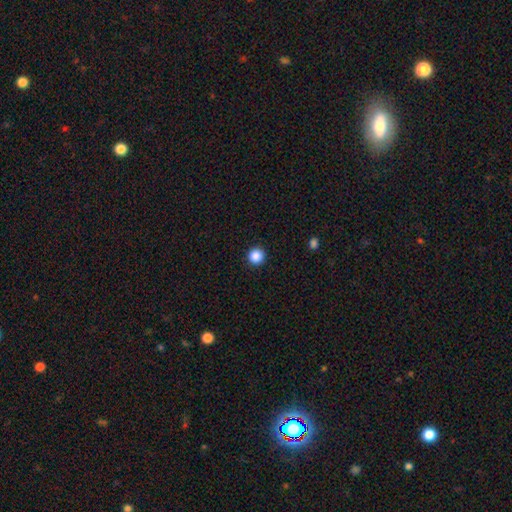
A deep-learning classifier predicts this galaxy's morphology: A smooth galaxy with no disk features (87%) that is round (96%).

Vote fractions:
- Smooth or featured? smooth: 87% / star or artifact: 10% / featured or disk: 3%
- How rounded? round: 96% / in between: 3% / cigar-shaped: 1%
- Merging? none: 93% / minor disturbance: 4% / major disturbance: 2% / merger: 1%